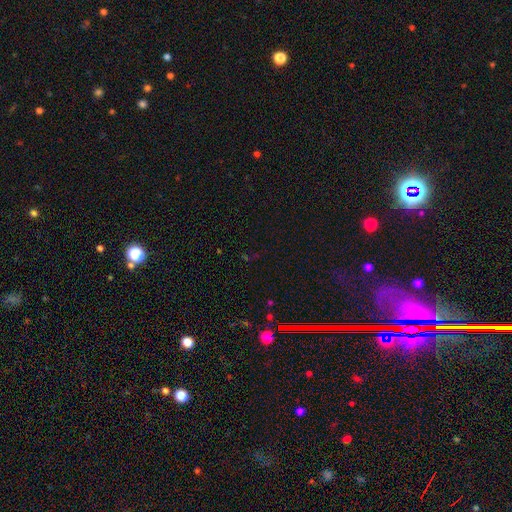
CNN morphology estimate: Smooth or featured?
  - star or artifact: 69% *
  - smooth: 23%
  - featured or disk: 8%